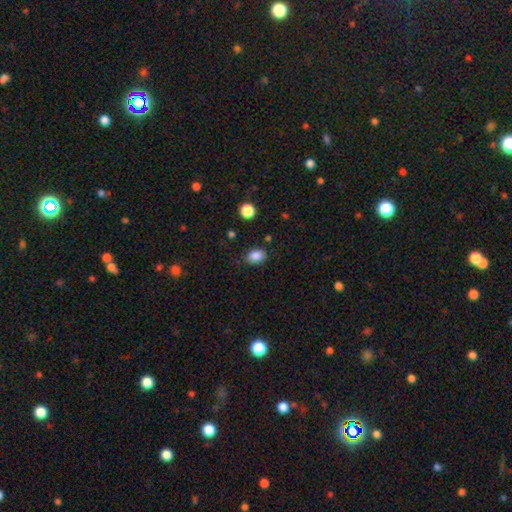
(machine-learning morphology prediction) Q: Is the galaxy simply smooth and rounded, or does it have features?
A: smooth — 86%.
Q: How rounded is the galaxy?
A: in between — 74%.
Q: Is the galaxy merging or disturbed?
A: none — 81%.